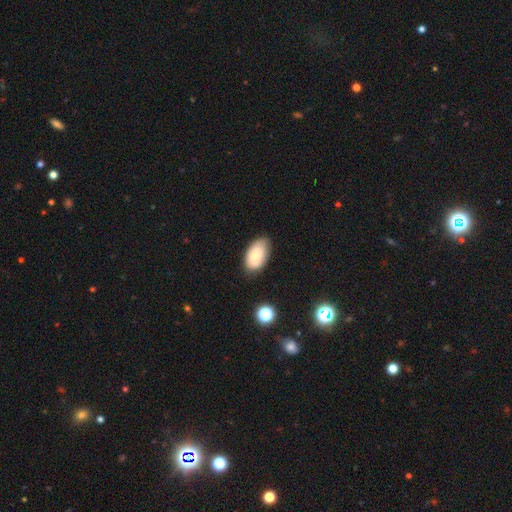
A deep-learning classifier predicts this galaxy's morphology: A smooth galaxy with no disk features (75%) that is in between round and cigar-shaped (94%).

Vote fractions:
- Smooth or featured? smooth: 75% / featured or disk: 17% / star or artifact: 8%
- How rounded? in between: 94% / round: 5% / cigar-shaped: 1%
- Merging? none: 75% / minor disturbance: 20% / major disturbance: 3% / merger: 2%